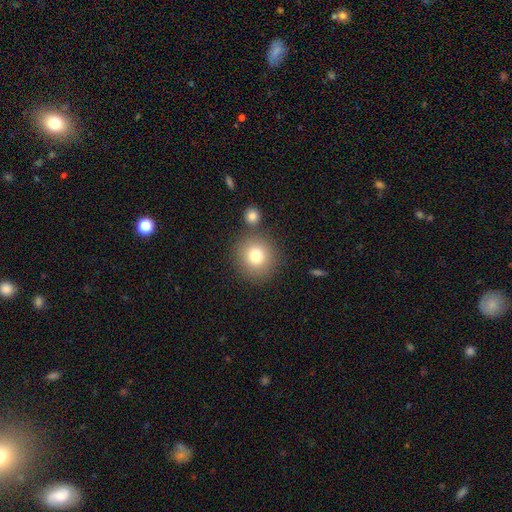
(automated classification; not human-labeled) smooth 79%, star or artifact 11%, featured or disk 10%. Down the decision tree: how rounded — round (92%); merging — none (78%).